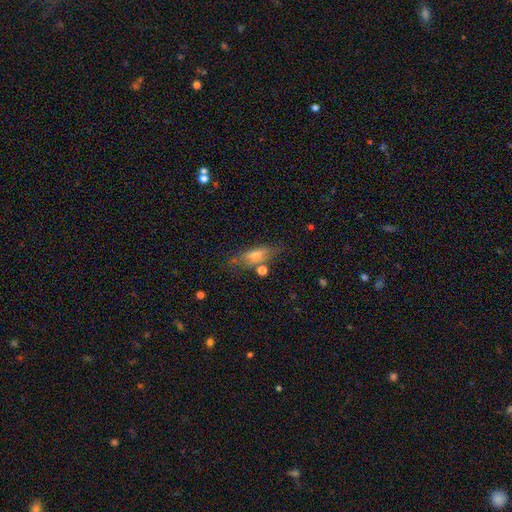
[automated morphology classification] This appears to be a smooth galaxy with no disk features (56%) that is in between round and cigar-shaped (52%). Merging: none (68%).